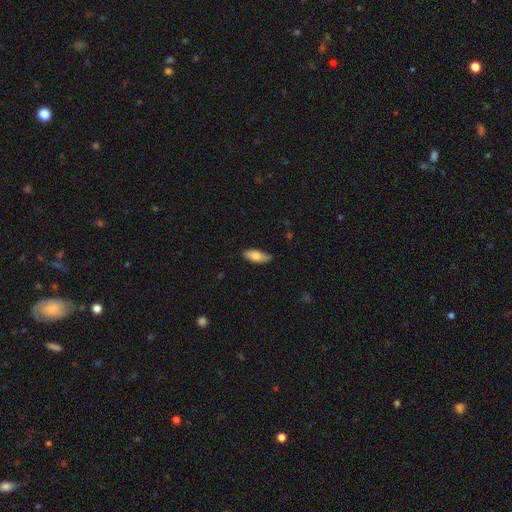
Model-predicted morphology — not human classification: This is likely a smooth galaxy (75%). How rounded: likely in between (77%). Merging: clearly none (80%).